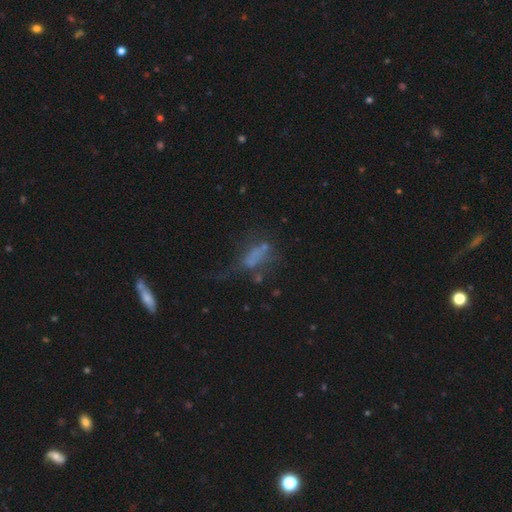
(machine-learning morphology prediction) Smooth or featured: smooth — 43% (featured or disk — 34%)
Merging: major disturbance — 40% (none — 29%)